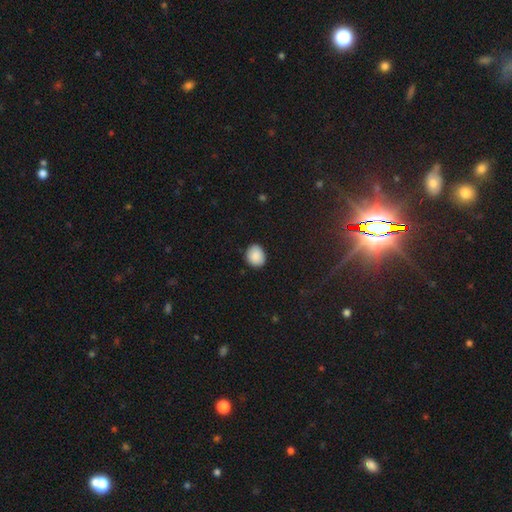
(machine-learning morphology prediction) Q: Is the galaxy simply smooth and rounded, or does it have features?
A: smooth — 89%.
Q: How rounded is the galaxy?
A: round — 68%.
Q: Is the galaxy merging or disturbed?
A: none — 86%.